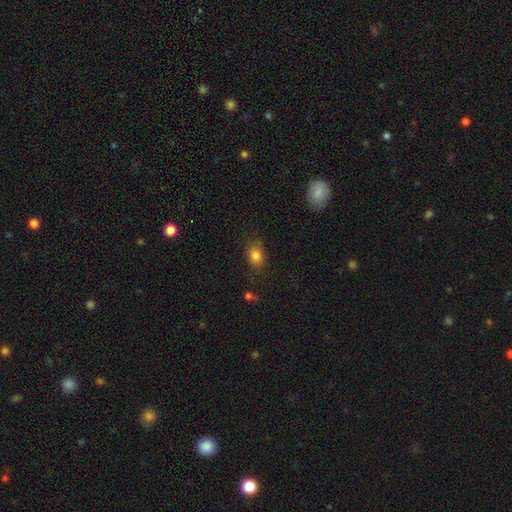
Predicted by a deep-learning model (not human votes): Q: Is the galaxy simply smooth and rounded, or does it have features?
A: smooth — 82%.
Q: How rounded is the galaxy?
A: in between — 65%.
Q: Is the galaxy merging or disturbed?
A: none — 77%.